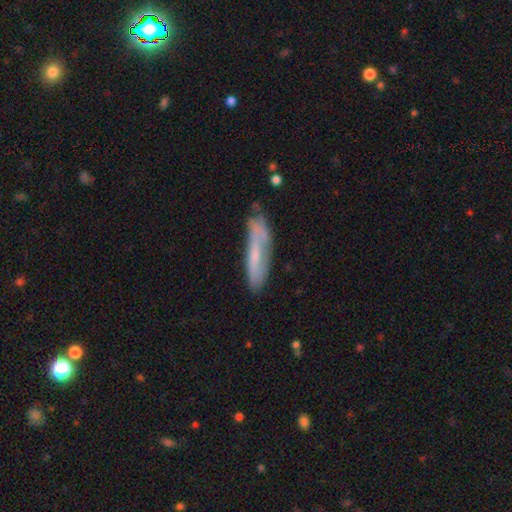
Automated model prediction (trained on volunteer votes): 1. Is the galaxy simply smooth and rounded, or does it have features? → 51% smooth, 42% featured or disk, 7% star or artifact.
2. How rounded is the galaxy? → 78% cigar-shaped, 20% in between, 1% round.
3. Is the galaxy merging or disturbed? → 60% none, 27% minor disturbance, 10% major disturbance, 4% merger.